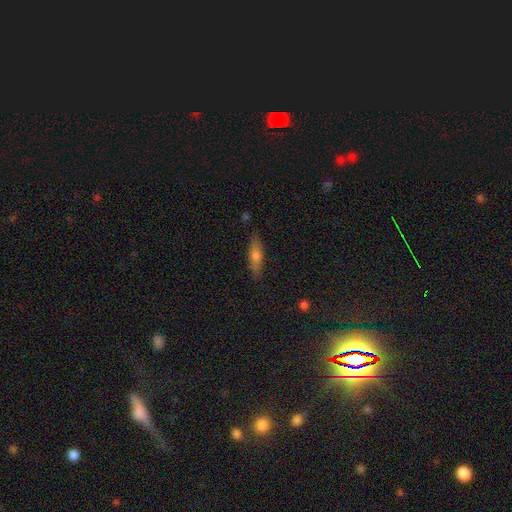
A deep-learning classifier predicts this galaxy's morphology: Q: Smooth or featured?
A: smooth (58%); runner-up: featured or disk (34%)
Q: How rounded?
A: cigar-shaped (64%); runner-up: in between (34%)
Q: Merging?
A: none (83%); runner-up: minor disturbance (12%)